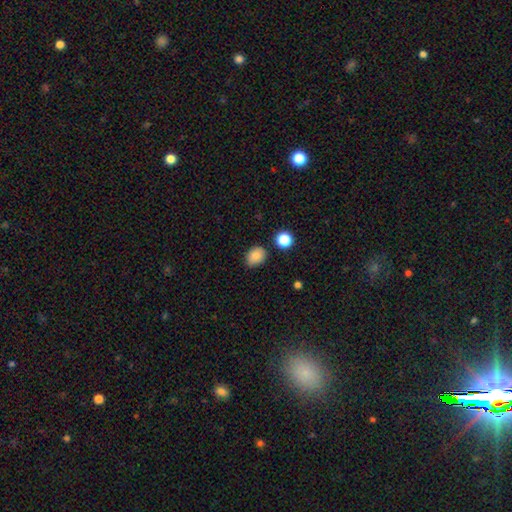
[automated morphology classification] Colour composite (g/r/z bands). It shows a smooth galaxy with no disk features (86%) that is in between round and cigar-shaped (60%). Merging: none (77%).